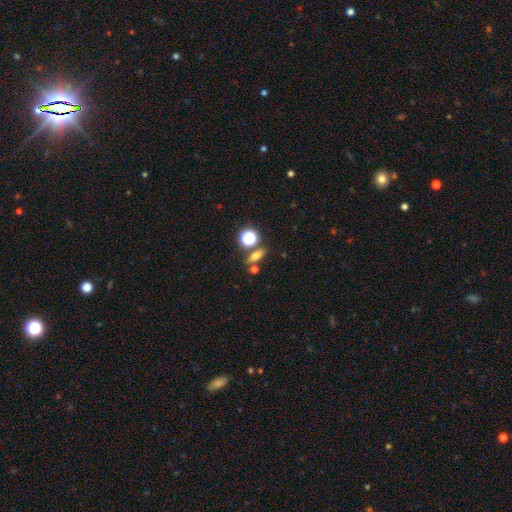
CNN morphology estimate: smooth_or_featured: smooth (p=0.53) [alt: featured or disk p=0.28]
how_rounded: in between (p=0.42) [alt: cigar-shaped p=0.33]
merging: none (p=0.73) [alt: merger p=0.14]